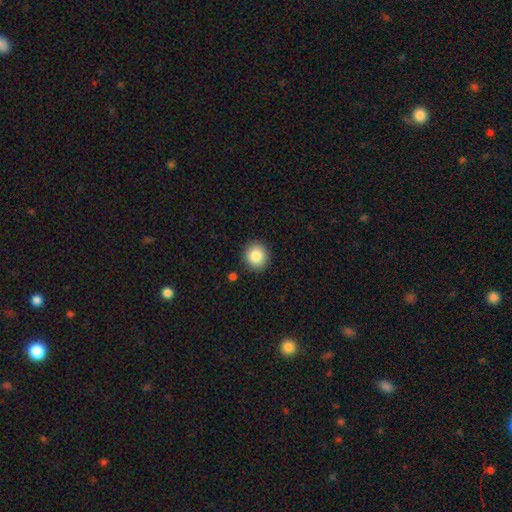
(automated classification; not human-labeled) The model was most divided on "smooth or featured": smooth: 85%, star or artifact: 9%, featured or disk: 6%. More confident: merging — none (90%); how rounded — round (88%).